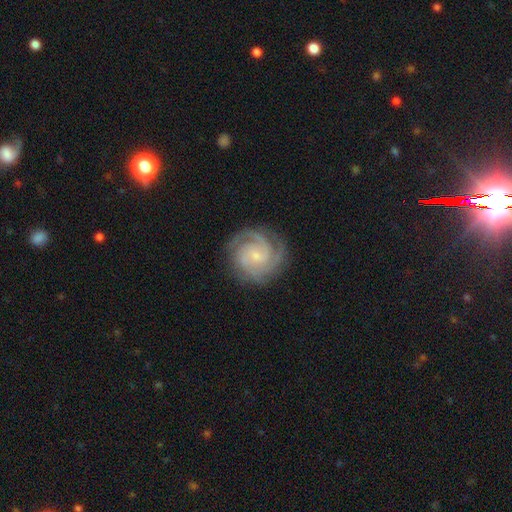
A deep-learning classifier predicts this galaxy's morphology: smooth-or-featured: featured or disk: 88% | smooth: 7% | star or artifact: 5%
  disk-edge-on: no: 98% | yes: 2%
    bar: no: 59% | weak: 34% | strong: 6%
    has-spiral-arms: yes: 98% | no: 2%
      spiral-winding: tight: 68% | medium: 29% | loose: 4%
      spiral-arm-count: 3: 45% | 2: 21% | can't tell: 12% | 4: 11% | 1: 5% | more than 4: 5%
    bulge-size: small: 69% | moderate: 23% | none: 6% | large: 2% | dominant: 1%
  merging: none: 82% | minor disturbance: 13% | major disturbance: 4% | merger: 1%